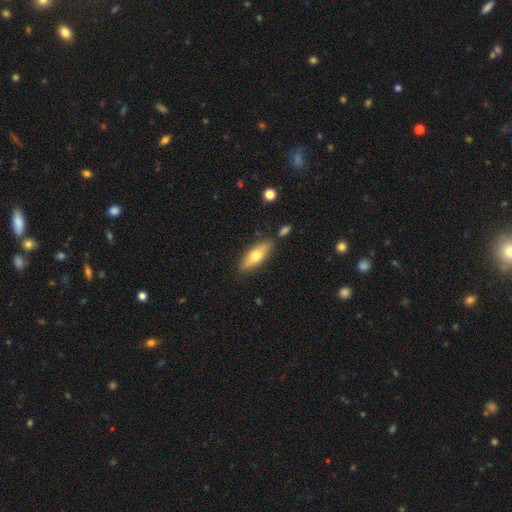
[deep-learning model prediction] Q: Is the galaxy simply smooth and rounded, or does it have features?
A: smooth — 65%.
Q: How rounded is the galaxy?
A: in between — 66%.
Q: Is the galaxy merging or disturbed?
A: none — 81%.